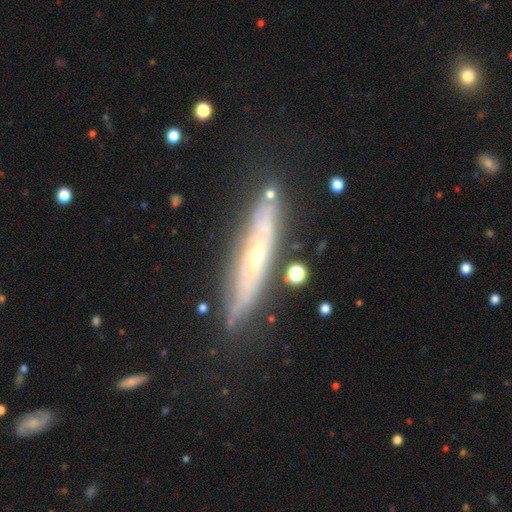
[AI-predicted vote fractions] A featured or disk galaxy (74%) viewed edge-on (55%).

Vote fractions:
- Smooth or featured? featured or disk: 74% / smooth: 20% / star or artifact: 7%
- Edge-on disk? yes: 55% / no: 45%
- Merging? none: 76% / minor disturbance: 16% / major disturbance: 5% / merger: 3%